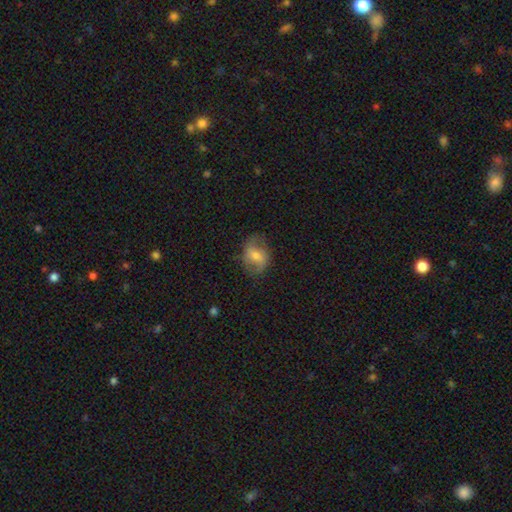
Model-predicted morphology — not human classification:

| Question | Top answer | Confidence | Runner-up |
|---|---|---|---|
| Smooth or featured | smooth | 51% | featured or disk (40%) |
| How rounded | in between | 63% | round (35%) |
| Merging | none | 70% | minor disturbance (20%) |